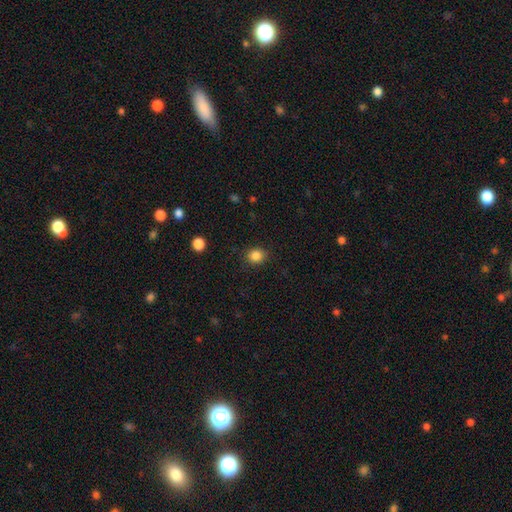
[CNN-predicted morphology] The model was most divided on "how rounded": round: 79%, in between: 20%, cigar-shaped: 1%. More confident: merging — none (88%); smooth or featured — smooth (85%).